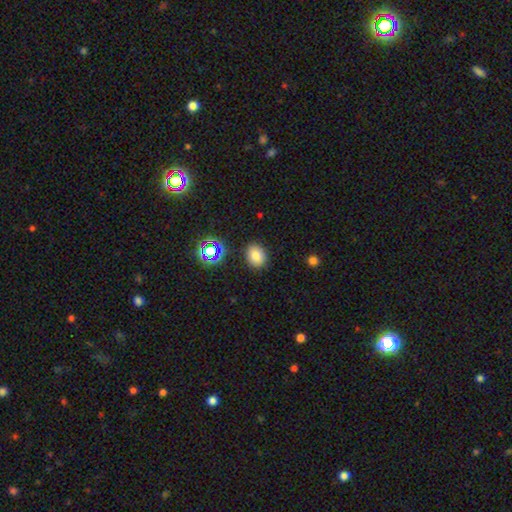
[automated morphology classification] Q: Smooth or featured?
A: smooth (77%); runner-up: star or artifact (15%)
Q: How rounded?
A: in between (51%); runner-up: round (48%)
Q: Merging?
A: none (87%); runner-up: minor disturbance (9%)